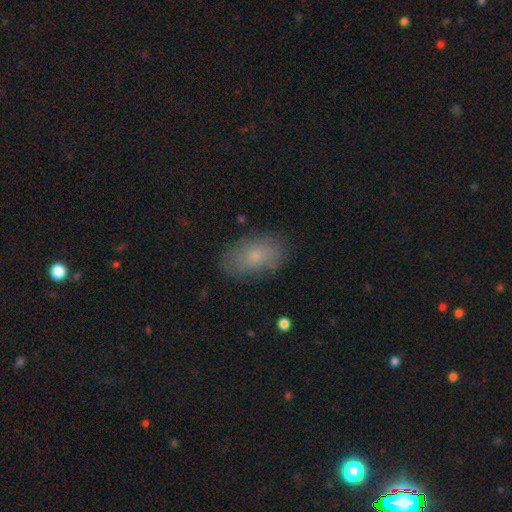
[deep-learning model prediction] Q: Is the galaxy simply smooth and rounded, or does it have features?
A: smooth — 72%.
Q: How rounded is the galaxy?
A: in between — 91%.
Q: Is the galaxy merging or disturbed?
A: none — 80%.